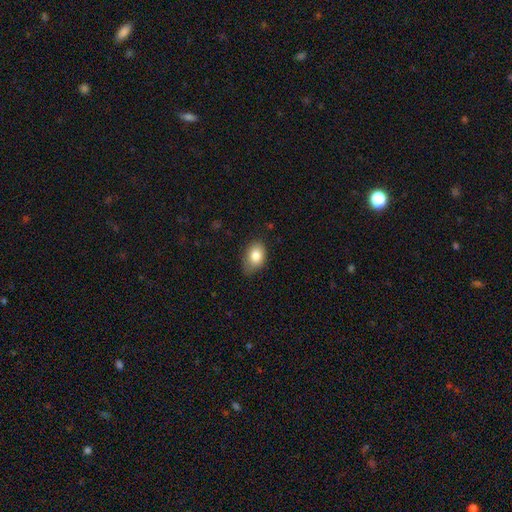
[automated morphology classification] smooth_or_featured: smooth (p=0.82) [alt: featured or disk p=0.09]
how_rounded: in between (p=0.80) [alt: round p=0.19]
merging: none (p=0.67) [alt: minor disturbance p=0.27]